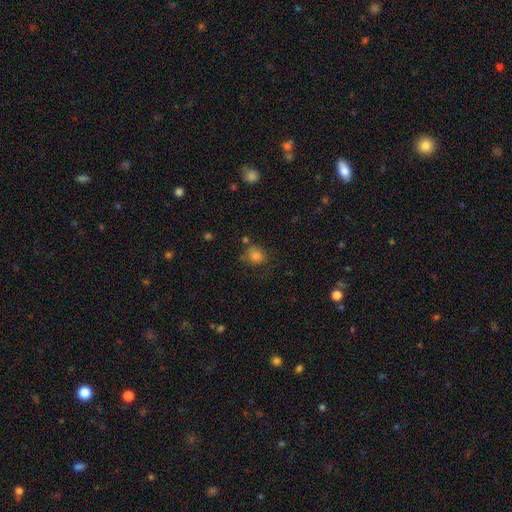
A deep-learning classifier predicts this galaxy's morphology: The model was most divided on "merging": none: 69%, minor disturbance: 18%, merger: 7%, major disturbance: 6%. More confident: smooth or featured — smooth (80%); how rounded — round (76%).